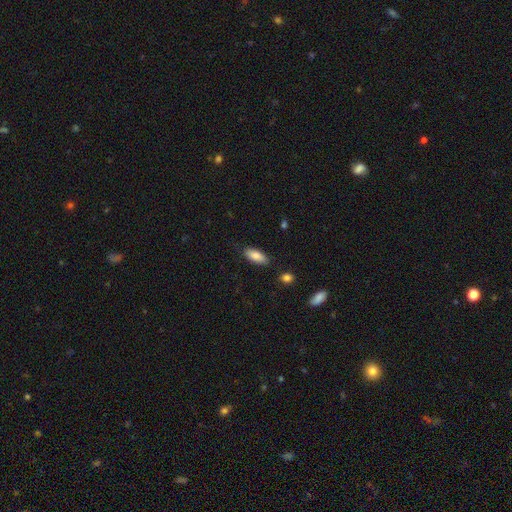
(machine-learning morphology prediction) Smooth or featured? smooth (85%)
How rounded? in between (81%)
Merging? none (82%)